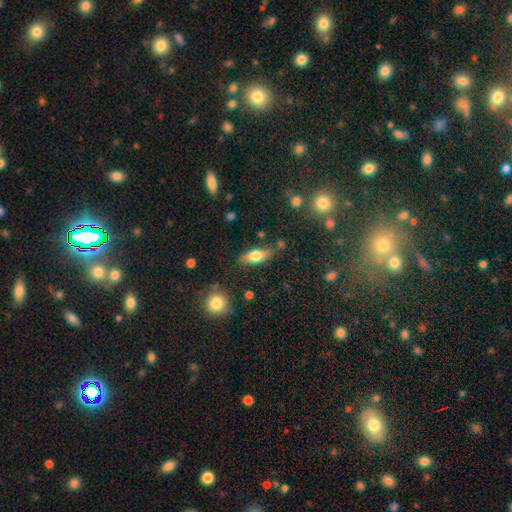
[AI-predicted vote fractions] A smooth galaxy with no disk features (63%) that is in between round and cigar-shaped (69%). Merging: none (79%).